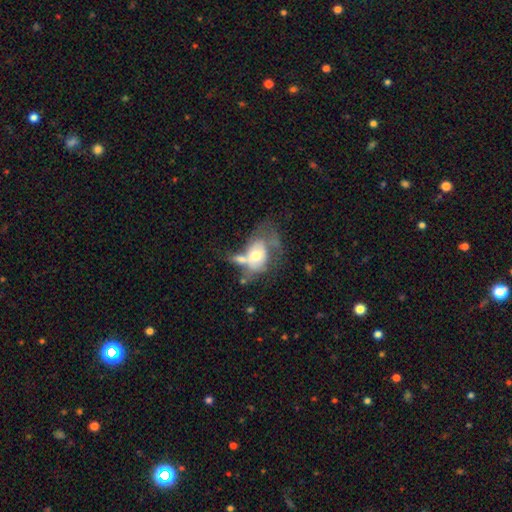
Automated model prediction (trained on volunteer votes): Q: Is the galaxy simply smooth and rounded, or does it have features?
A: smooth — 50%.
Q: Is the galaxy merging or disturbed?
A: merger — 39%.